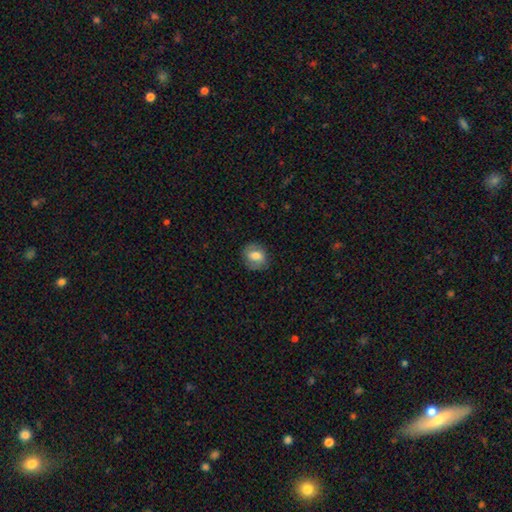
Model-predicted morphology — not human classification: Overall: smooth (71%). How rounded: round (59%; in between 40%). Merging: none (82%).